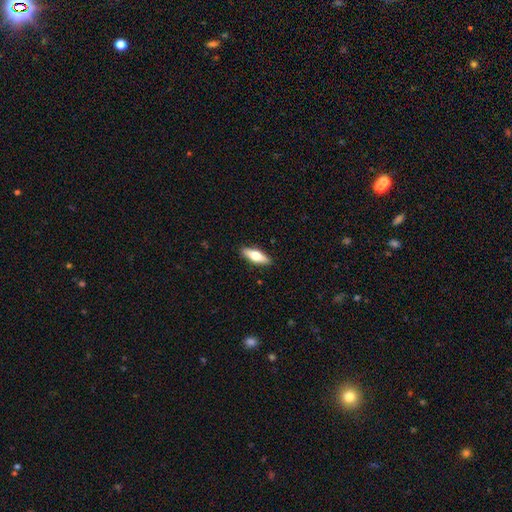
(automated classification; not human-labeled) Smooth or featured?
  - smooth: 55% *
  - featured or disk: 39%
  - star or artifact: 6%
How rounded?
  - in between: 54% *
  - cigar-shaped: 44%
  - round: 3%
Merging?
  - none: 90% *
  - minor disturbance: 8%
  - major disturbance: 2%
  - merger: 1%